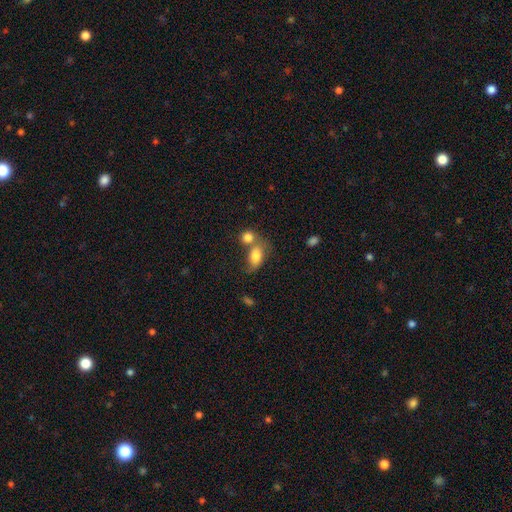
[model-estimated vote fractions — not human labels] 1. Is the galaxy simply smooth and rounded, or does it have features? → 80% smooth, 12% featured or disk, 8% star or artifact.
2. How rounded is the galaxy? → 82% in between, 15% round, 3% cigar-shaped.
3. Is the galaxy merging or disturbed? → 47% merger, 33% none, 13% minor disturbance, 7% major disturbance.